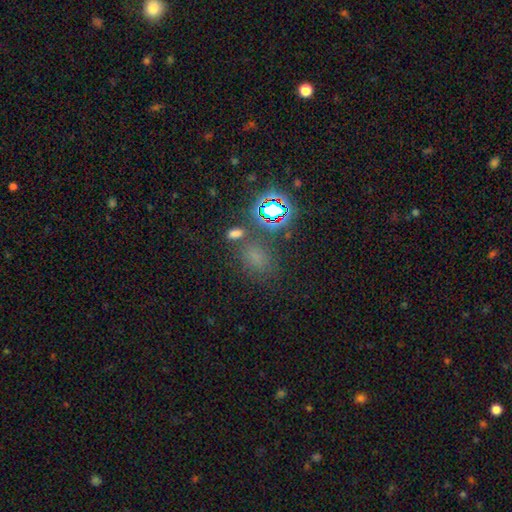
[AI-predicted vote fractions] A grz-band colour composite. It shows a smooth galaxy with no disk features (53%) that is in between round and cigar-shaped (61%). Merging: none (65%).